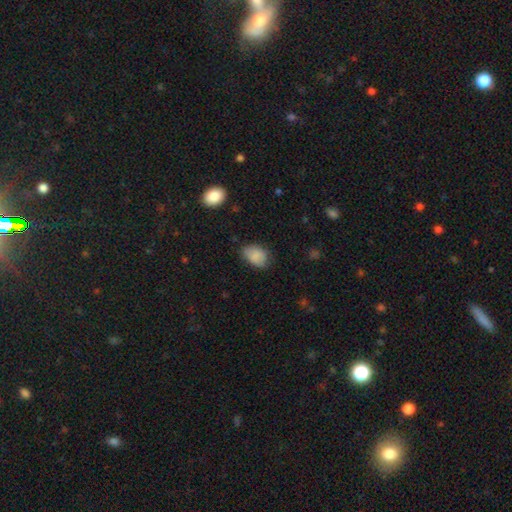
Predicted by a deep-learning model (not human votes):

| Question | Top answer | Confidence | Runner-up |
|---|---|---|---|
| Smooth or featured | smooth | 84% | star or artifact (8%) |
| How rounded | in between | 81% | round (18%) |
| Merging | none | 64% | minor disturbance (28%) |